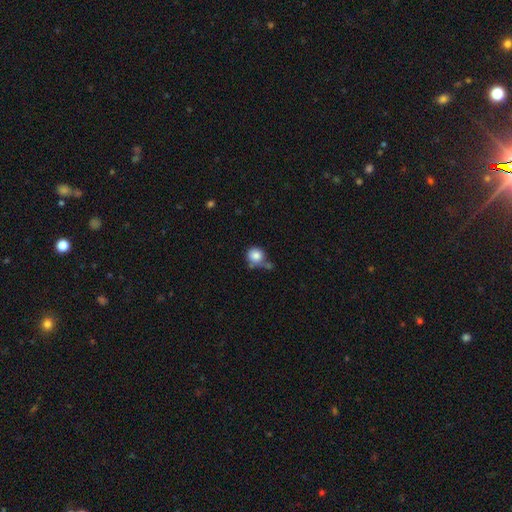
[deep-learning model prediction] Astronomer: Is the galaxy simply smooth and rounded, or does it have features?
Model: smooth — 84%.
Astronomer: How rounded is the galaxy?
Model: round — 89%.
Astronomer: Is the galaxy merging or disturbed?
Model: none — 49%.